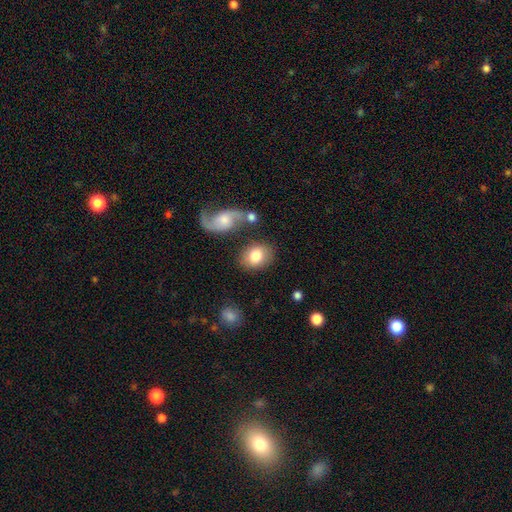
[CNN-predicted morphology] Q: Smooth or featured?
A: smooth (77%); runner-up: featured or disk (16%)
Q: How rounded?
A: in between (60%); runner-up: round (39%)
Q: Merging?
A: none (72%); runner-up: minor disturbance (14%)